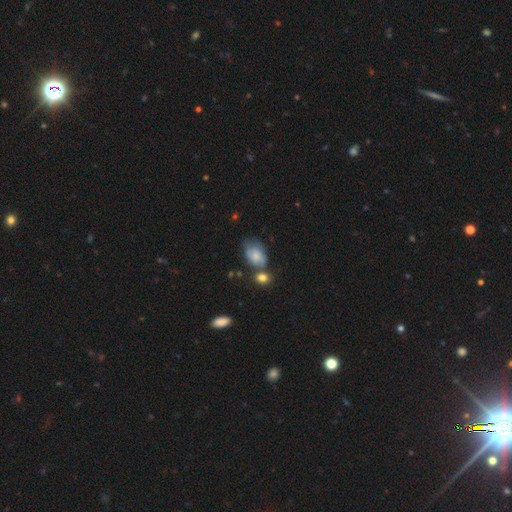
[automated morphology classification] Smooth or featured: smooth — 65% (featured or disk — 26%)
How rounded: in between — 82% (round — 16%)
Merging: none — 39% (minor disturbance — 30%)